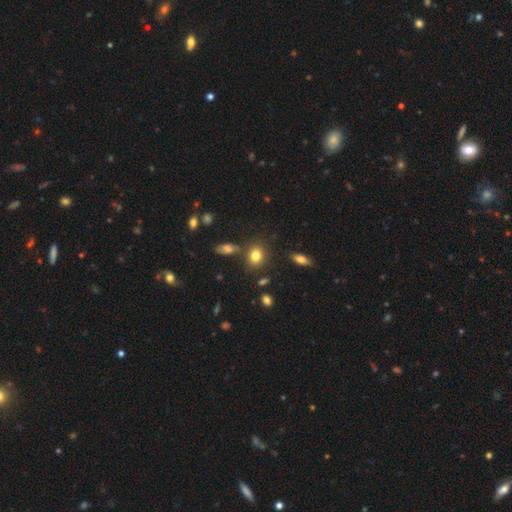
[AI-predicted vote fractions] Q: Smooth or featured?
A: smooth (80%); runner-up: star or artifact (11%)
Q: How rounded?
A: round (49%); tied with: in between (49%)
Q: Merging?
A: none (78%); runner-up: minor disturbance (12%)